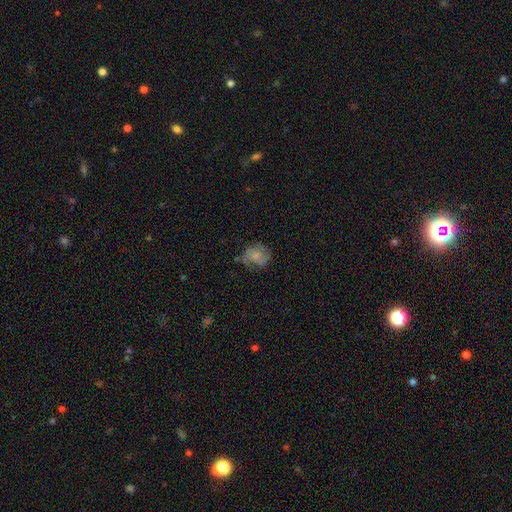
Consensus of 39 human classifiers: Smooth or featured? 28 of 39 (72%) said smooth. How rounded? 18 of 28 (64%) said round. Merging? 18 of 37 (49%) said none.